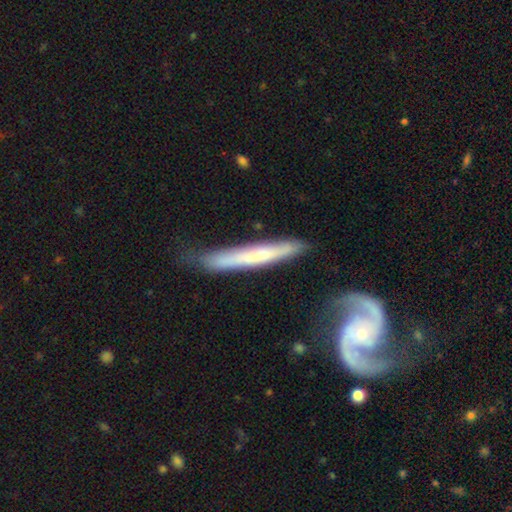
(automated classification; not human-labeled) Q: Smooth or featured?
A: featured or disk (52%); runner-up: smooth (43%)
Q: Edge-on disk?
A: yes (79%); runner-up: no (21%)
Q: Merging?
A: none (74%); runner-up: minor disturbance (17%)